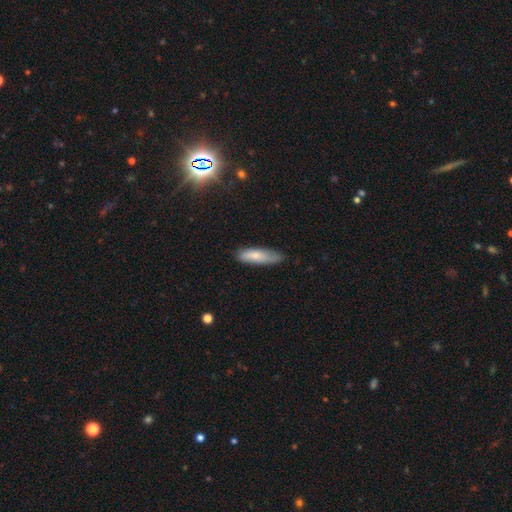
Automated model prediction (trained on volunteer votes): Smooth or featured?
  - smooth: 76% *
  - featured or disk: 18%
  - star or artifact: 6%
How rounded?
  - cigar-shaped: 58% *
  - in between: 40%
  - round: 2%
Merging?
  - none: 66% *
  - minor disturbance: 27%
  - major disturbance: 5%
  - merger: 2%